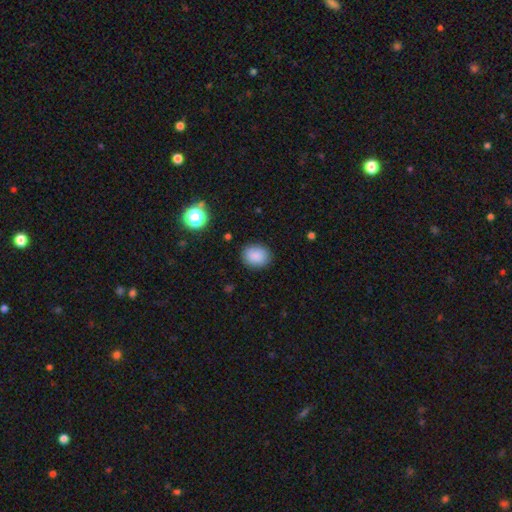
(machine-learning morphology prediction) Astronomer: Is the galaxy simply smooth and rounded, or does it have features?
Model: smooth — 87%.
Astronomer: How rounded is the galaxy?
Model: round — 55% (runner-up: in between, 44%).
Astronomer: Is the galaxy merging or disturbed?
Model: none — 86%.